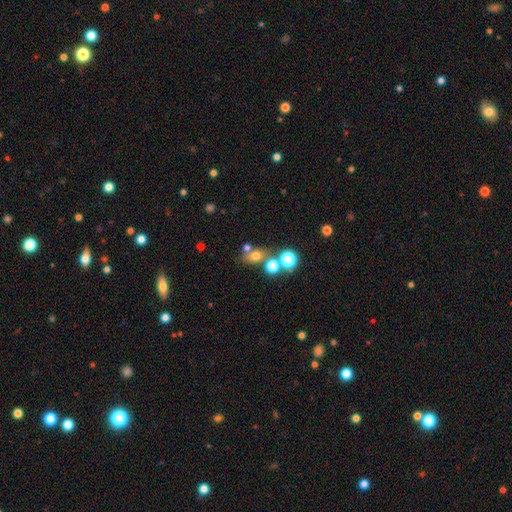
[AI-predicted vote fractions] Smooth or featured?
  - smooth: 66% *
  - star or artifact: 20%
  - featured or disk: 14%
How rounded?
  - round: 56% *
  - in between: 43%
  - cigar-shaped: 2%
Merging?
  - none: 53% *
  - merger: 30%
  - minor disturbance: 11%
  - major disturbance: 6%